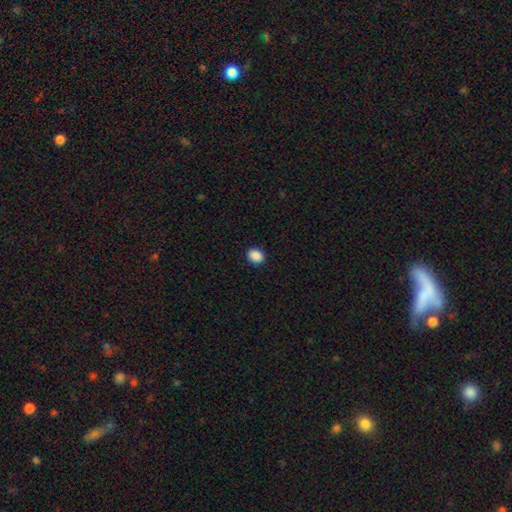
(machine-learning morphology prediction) Q: Smooth or featured?
A: smooth (89%); runner-up: star or artifact (9%)
Q: How rounded?
A: in between (52%); runner-up: round (47%)
Q: Merging?
A: none (90%); runner-up: minor disturbance (7%)